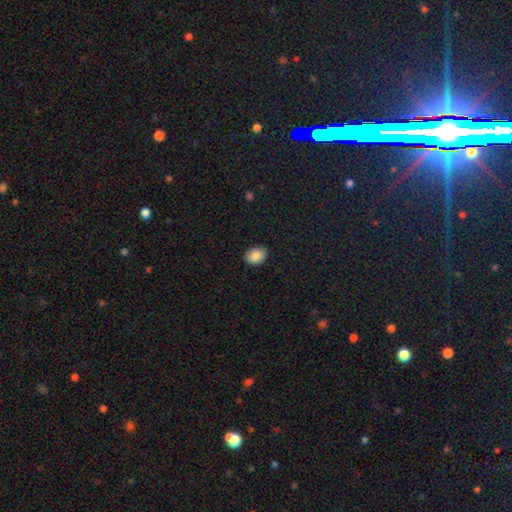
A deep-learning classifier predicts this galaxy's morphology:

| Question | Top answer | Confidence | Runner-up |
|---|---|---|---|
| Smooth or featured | smooth | 88% | star or artifact (8%) |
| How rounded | in between | 56% | round (44%) |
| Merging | none | 89% | minor disturbance (9%) |